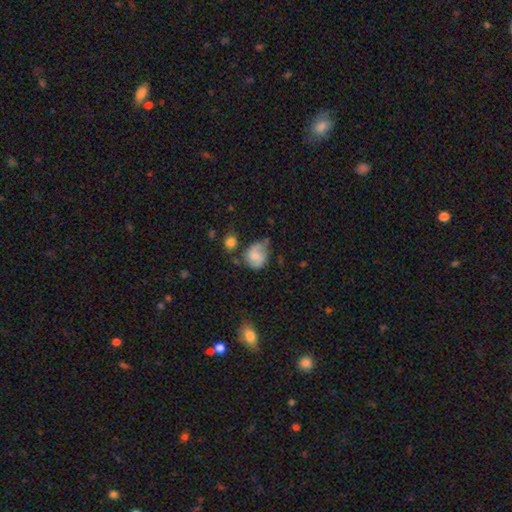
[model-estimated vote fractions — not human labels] smooth-or-featured: smooth: 49% | featured or disk: 42% | star or artifact: 9%
  merging: none: 45% | minor disturbance: 32% | major disturbance: 14% | merger: 8%